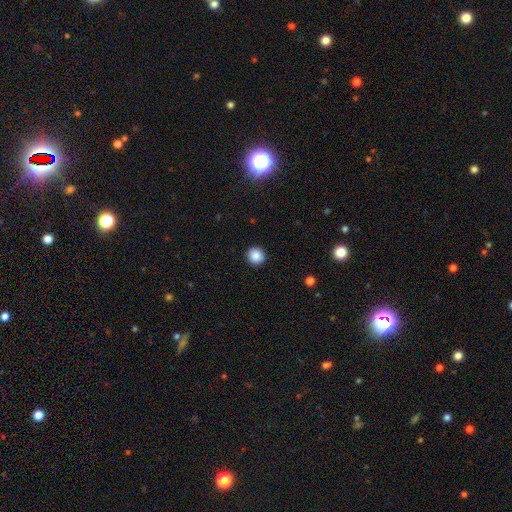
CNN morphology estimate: Smooth or featured? Predicted: smooth (p=0.87). How rounded? Predicted: round (p=0.93). Merging? Predicted: none (p=0.92).